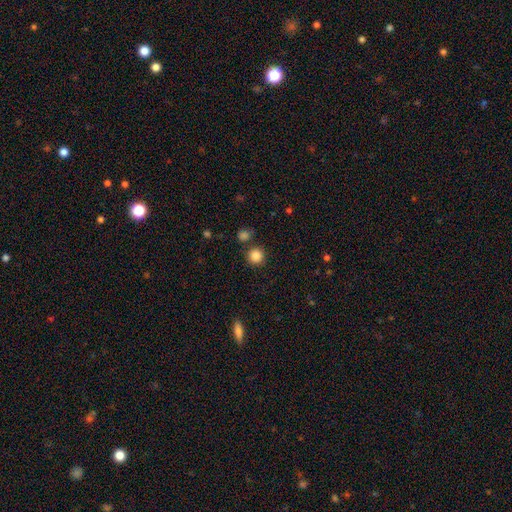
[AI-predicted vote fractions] Q: Smooth or featured?
A: smooth (86%); runner-up: star or artifact (11%)
Q: How rounded?
A: round (94%); runner-up: in between (5%)
Q: Merging?
A: none (84%); runner-up: minor disturbance (7%)